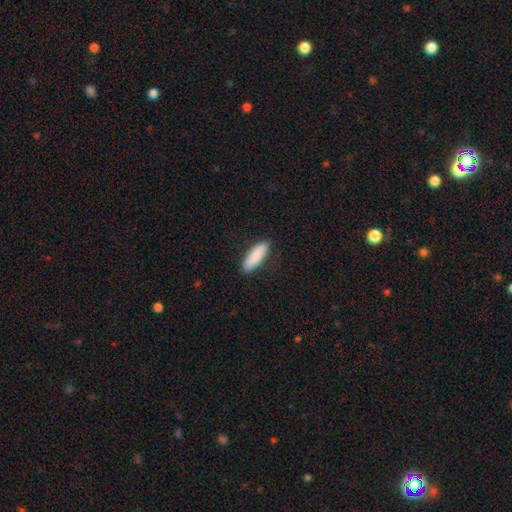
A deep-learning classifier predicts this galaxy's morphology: A smooth galaxy with no disk features (88%) that is cigar-shaped (52%).

Vote fractions:
- Smooth or featured? smooth: 88% / featured or disk: 6% / star or artifact: 5%
- How rounded? cigar-shaped: 52% / in between: 47% / round: 2%
- Merging? none: 87% / minor disturbance: 10% / major disturbance: 2% / merger: 1%